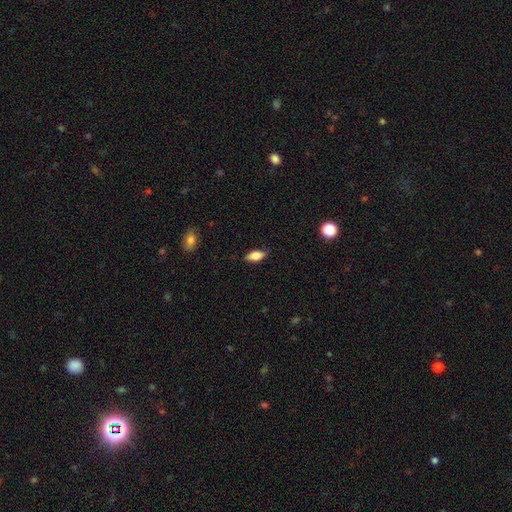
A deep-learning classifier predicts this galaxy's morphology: This appears to be a smooth galaxy with no disk features (79%) that is in between round and cigar-shaped (86%). Merging: none (78%).